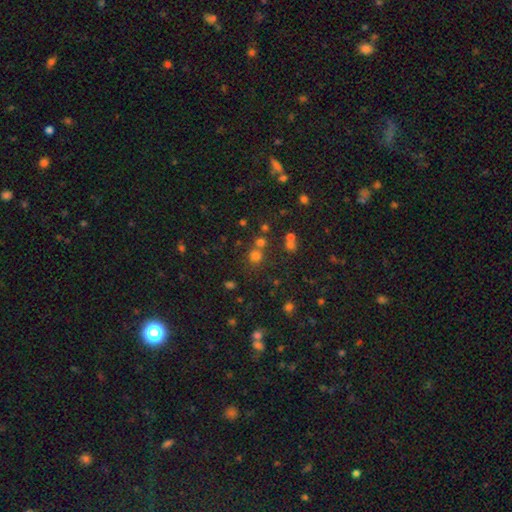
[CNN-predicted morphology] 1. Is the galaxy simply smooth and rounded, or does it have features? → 67% smooth, 25% star or artifact, 8% featured or disk.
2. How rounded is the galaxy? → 89% round, 10% in between, 1% cigar-shaped.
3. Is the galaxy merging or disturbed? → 67% none, 21% merger, 8% minor disturbance, 4% major disturbance.